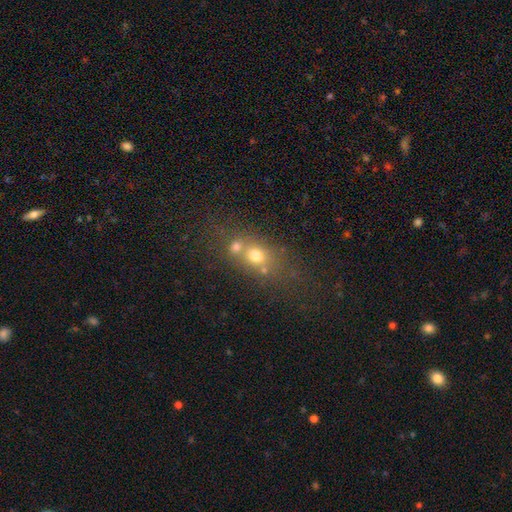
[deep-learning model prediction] Smooth or featured?
  - smooth: 65% *
  - featured or disk: 18%
  - star or artifact: 18%
How rounded?
  - round: 58% *
  - in between: 39%
  - cigar-shaped: 3%
Merging?
  - merger: 47% *
  - none: 38%
  - minor disturbance: 9%
  - major disturbance: 5%